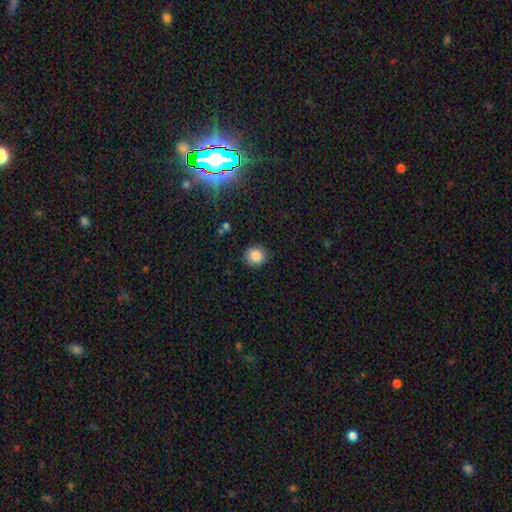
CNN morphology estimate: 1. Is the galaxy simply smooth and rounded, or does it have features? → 83% smooth, 11% star or artifact, 7% featured or disk.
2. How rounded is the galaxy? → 89% round, 10% in between, 1% cigar-shaped.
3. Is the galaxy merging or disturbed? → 88% none, 9% minor disturbance, 2% major disturbance, 1% merger.